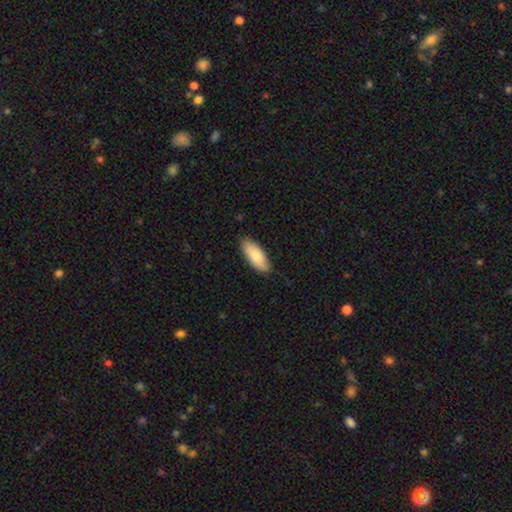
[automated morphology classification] Q: Smooth or featured?
A: smooth (83%); runner-up: featured or disk (12%)
Q: How rounded?
A: in between (79%); runner-up: cigar-shaped (20%)
Q: Merging?
A: none (86%); runner-up: minor disturbance (11%)